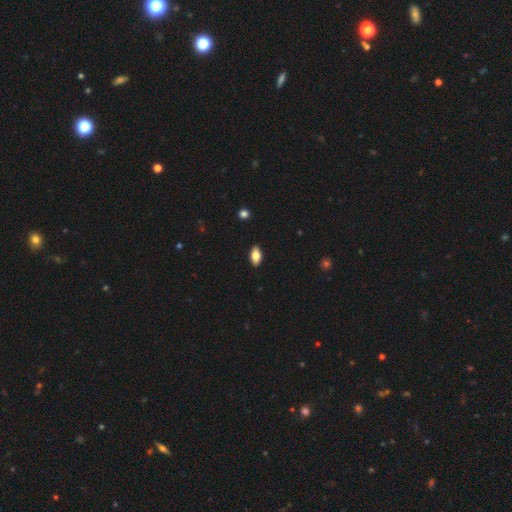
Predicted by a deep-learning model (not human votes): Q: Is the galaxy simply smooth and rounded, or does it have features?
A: smooth — 81%.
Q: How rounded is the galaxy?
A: in between — 92%.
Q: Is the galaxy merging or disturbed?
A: none — 89%.